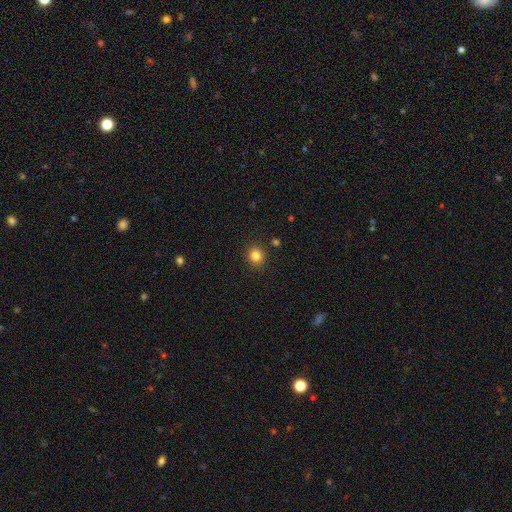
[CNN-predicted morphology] This is clearly a smooth galaxy (83%). How rounded: clearly round (87%). Merging: clearly none (89%).